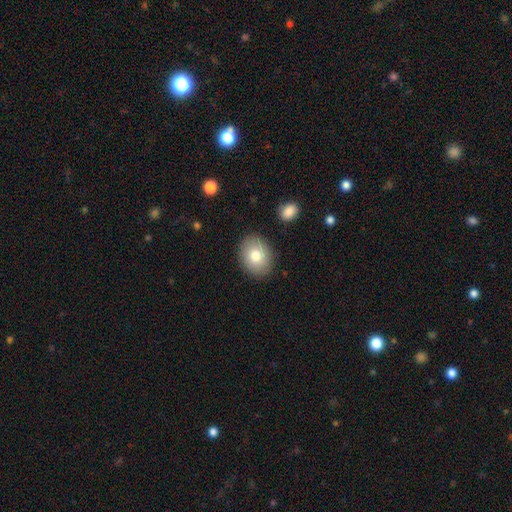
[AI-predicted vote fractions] Overall: smooth (79%). How rounded: in between (53%; round 47%). Merging: none (87%).